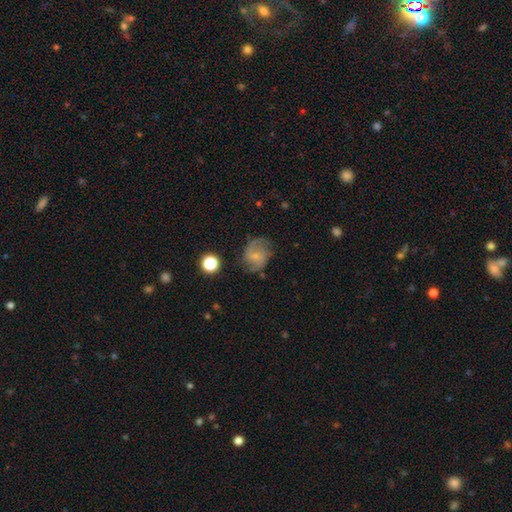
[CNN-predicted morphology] This appears to be a featured or disk galaxy (61%) with no bar (50%), 2 (81%) medium (48%) spiral arms (90%) and a small central bulge (64%). Merging: none (63%).